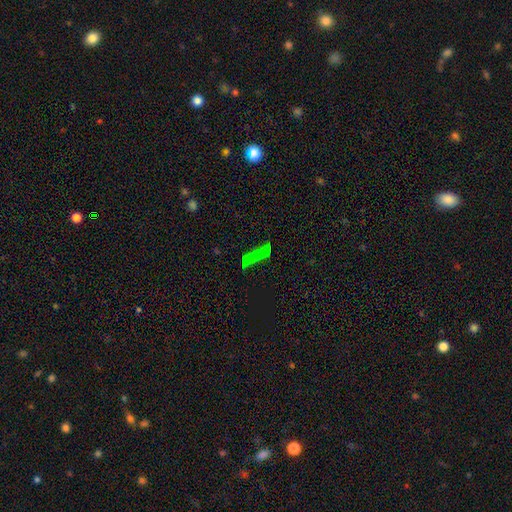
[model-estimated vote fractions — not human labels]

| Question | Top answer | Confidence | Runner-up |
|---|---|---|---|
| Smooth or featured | star or artifact | 41% | smooth (35%) |